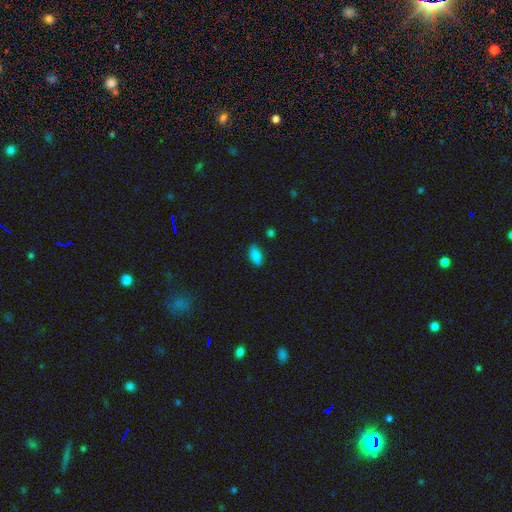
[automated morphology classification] A smooth galaxy with no disk features (83%) that is in between round and cigar-shaped (87%). Merging: none (85%).